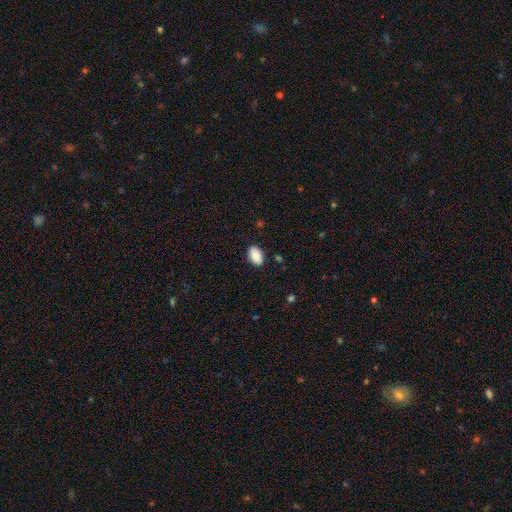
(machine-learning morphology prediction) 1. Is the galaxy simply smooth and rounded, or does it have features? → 90% smooth, 7% star or artifact, 3% featured or disk.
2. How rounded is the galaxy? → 91% in between, 8% round, 1% cigar-shaped.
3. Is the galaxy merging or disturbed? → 87% none, 10% minor disturbance, 2% major disturbance, 1% merger.